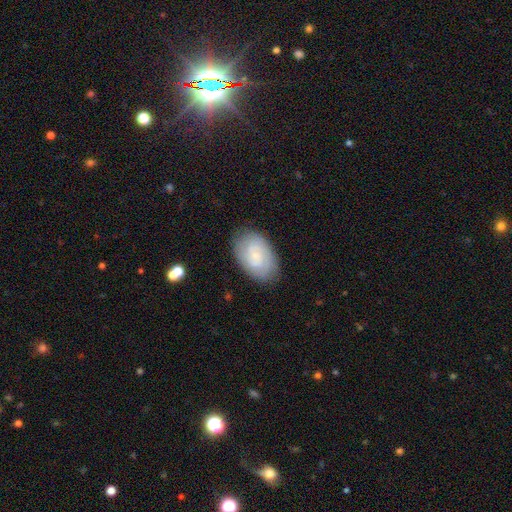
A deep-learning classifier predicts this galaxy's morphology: This is possibly a smooth galaxy (47%). Merging: clearly none (81%).